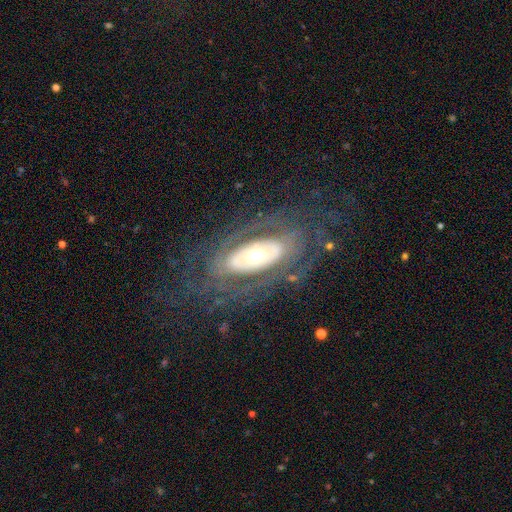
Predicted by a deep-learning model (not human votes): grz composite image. It shows a featured or disk galaxy (76%) with no bar (74%), spiral arms (65%) and a moderate central bulge (53%). Merging: none (71%).